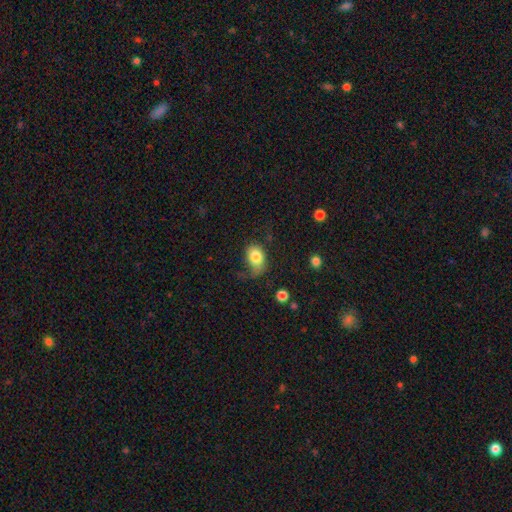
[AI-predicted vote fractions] This is clearly a smooth galaxy (80%). How rounded: likely in between (77%). Merging: marginally none (42%).